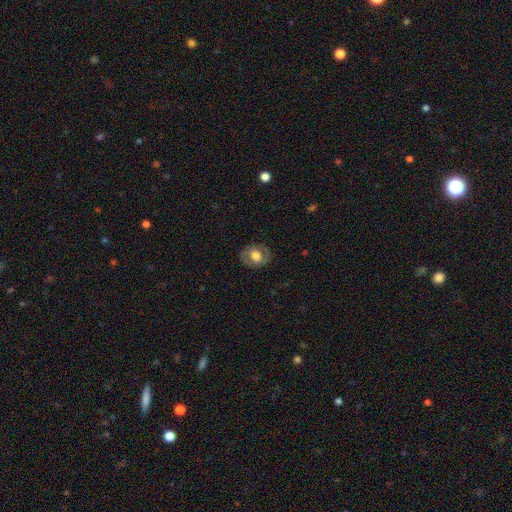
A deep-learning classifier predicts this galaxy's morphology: This is possibly a smooth galaxy (50%). Merging: likely none (80%).